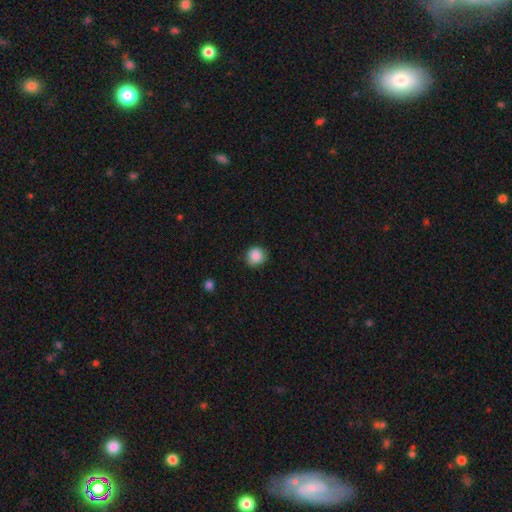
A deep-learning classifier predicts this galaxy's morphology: This is clearly a smooth galaxy (87%). How rounded: clearly round (89%). Merging: clearly none (83%).